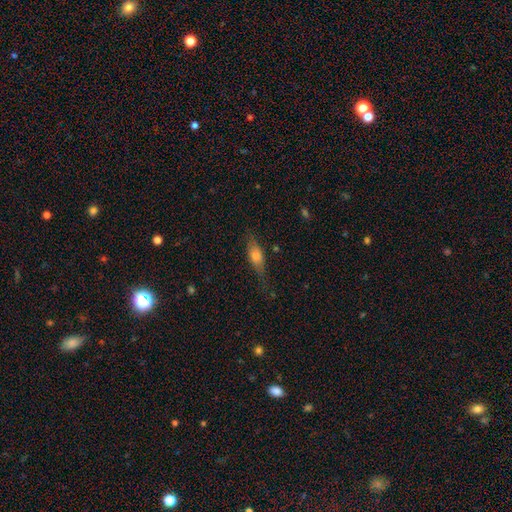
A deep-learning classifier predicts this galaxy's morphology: Smooth or featured? Predicted: smooth (p=0.56). How rounded? Predicted: in between (p=0.53). Merging? Predicted: none (p=0.71).